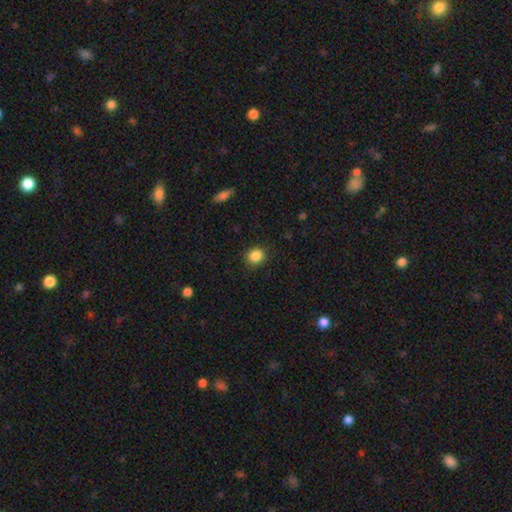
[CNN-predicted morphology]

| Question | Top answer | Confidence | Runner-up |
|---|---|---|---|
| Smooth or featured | smooth | 86% | star or artifact (10%) |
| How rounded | round | 76% | in between (23%) |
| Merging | none | 86% | minor disturbance (10%) |